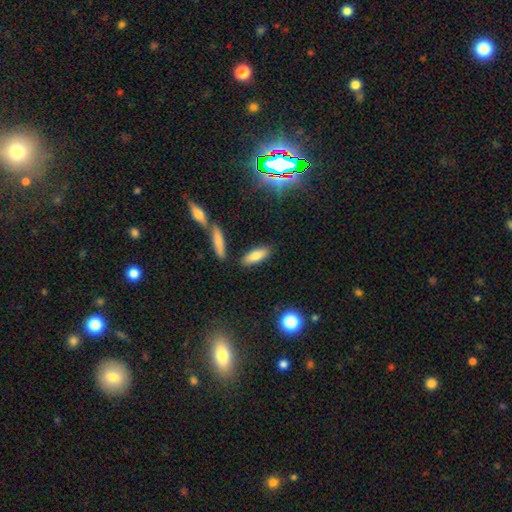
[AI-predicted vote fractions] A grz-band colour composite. It shows a smooth galaxy with no disk features (77%) that is in between round and cigar-shaped (62%). Merging: none (81%).